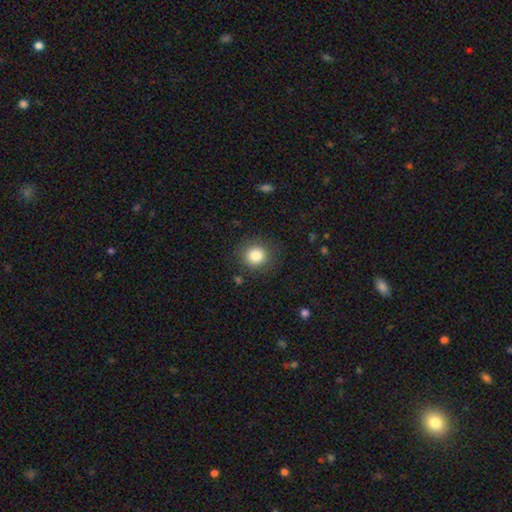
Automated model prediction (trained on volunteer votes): Smooth or featured?
  - smooth: 83% *
  - star or artifact: 10%
  - featured or disk: 7%
How rounded?
  - round: 90% *
  - in between: 9%
  - cigar-shaped: 1%
Merging?
  - none: 86% *
  - minor disturbance: 9%
  - major disturbance: 4%
  - merger: 1%